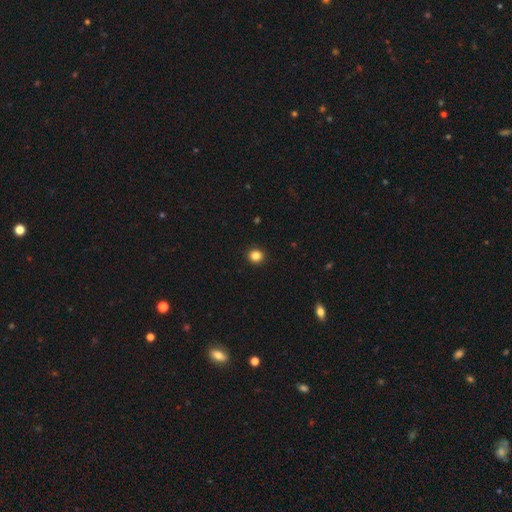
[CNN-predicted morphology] The model was most divided on "smooth or featured": smooth: 84%, star or artifact: 12%, featured or disk: 4%. More confident: merging — none (93%); how rounded — round (89%).